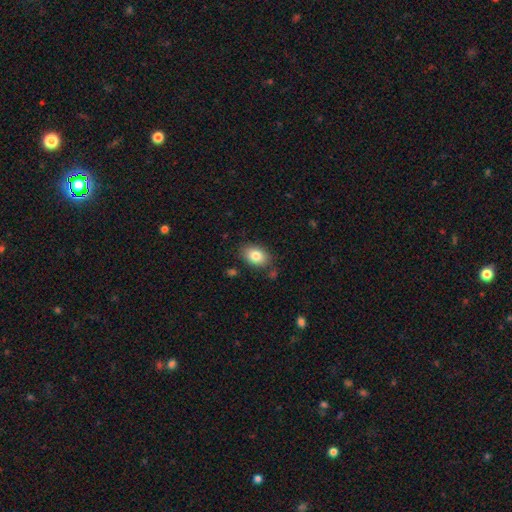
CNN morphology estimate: Smooth or featured? smooth (83%)
How rounded? in between (83%)
Merging? none (83%)